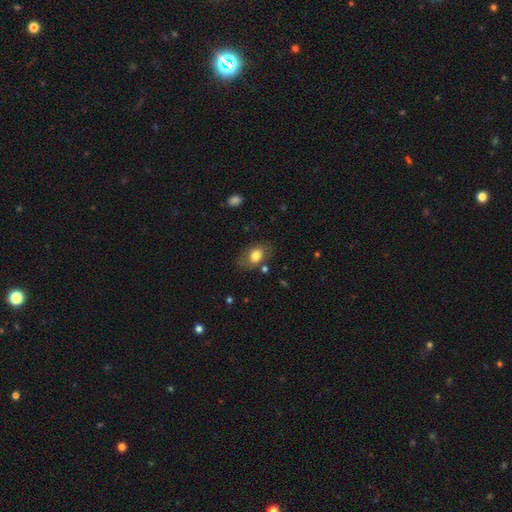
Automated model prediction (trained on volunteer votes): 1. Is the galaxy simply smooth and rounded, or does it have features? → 74% smooth, 19% featured or disk, 8% star or artifact.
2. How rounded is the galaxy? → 83% in between, 16% round, 1% cigar-shaped.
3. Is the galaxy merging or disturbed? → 73% none, 17% minor disturbance, 6% major disturbance, 4% merger.